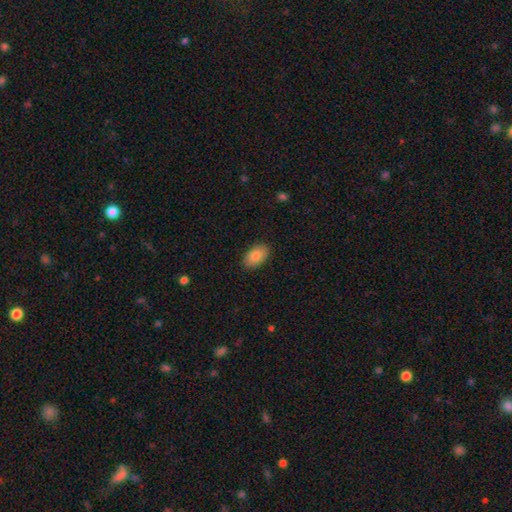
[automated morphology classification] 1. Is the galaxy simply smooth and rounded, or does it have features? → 84% smooth, 9% featured or disk, 7% star or artifact.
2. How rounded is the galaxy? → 92% in between, 7% round, 1% cigar-shaped.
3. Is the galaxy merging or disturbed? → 88% none, 9% minor disturbance, 2% major disturbance, 1% merger.